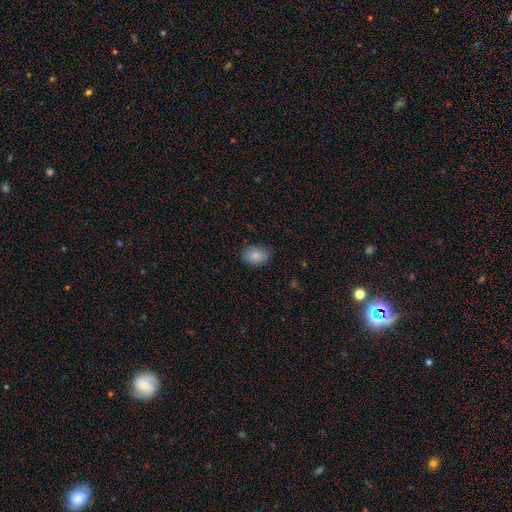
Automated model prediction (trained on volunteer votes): Morphology: type=smooth (85%); roundness=in between (75%); merging=none (77%).